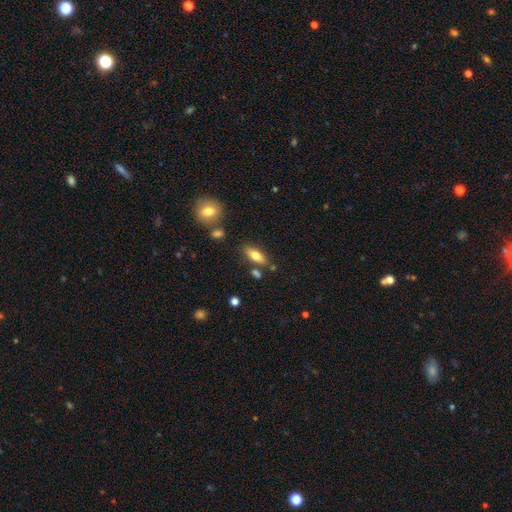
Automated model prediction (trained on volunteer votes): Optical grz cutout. It shows a smooth galaxy with no disk features (69%) that is in between round and cigar-shaped (71%). Merging: none (76%).